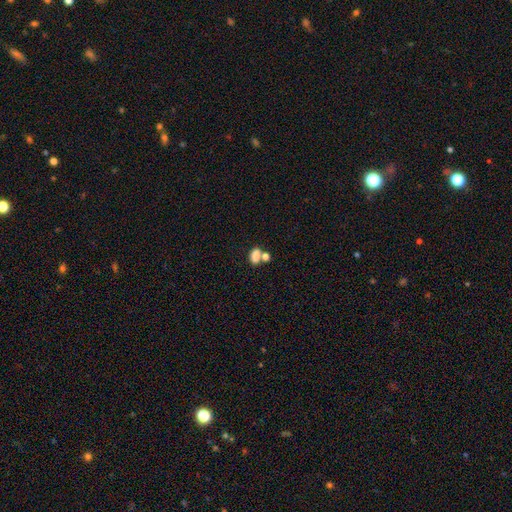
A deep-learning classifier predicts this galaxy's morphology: Smooth or featured? smooth (82%)
How rounded? in between (85%)
Merging? none (43%)